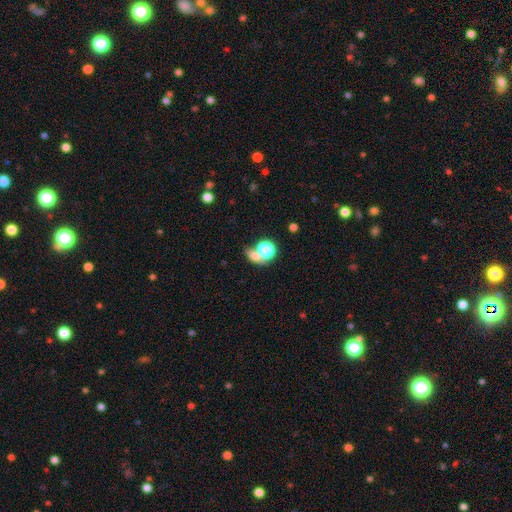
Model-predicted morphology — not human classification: The model was most divided on "merging": merger: 43%, none: 41%, minor disturbance: 9%, major disturbance: 7%. More confident: smooth or featured — smooth (63%); how rounded — round (52%).